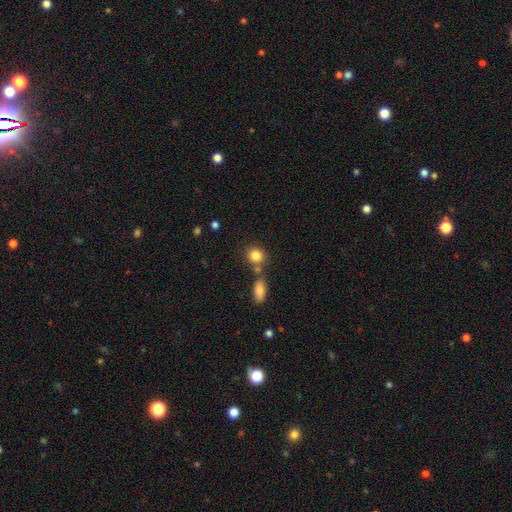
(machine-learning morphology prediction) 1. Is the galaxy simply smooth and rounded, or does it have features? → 84% smooth, 9% star or artifact, 7% featured or disk.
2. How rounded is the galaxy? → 73% round, 26% in between, 2% cigar-shaped.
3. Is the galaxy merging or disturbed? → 58% none, 27% merger, 11% minor disturbance, 4% major disturbance.